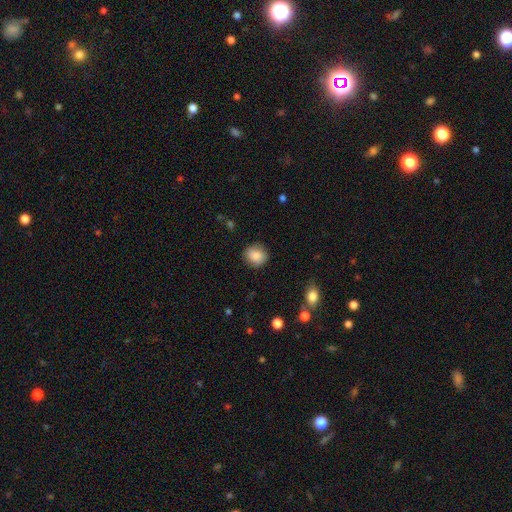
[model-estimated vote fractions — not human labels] A smooth galaxy with no disk features (86%) that is round (78%). Merging: none (86%).